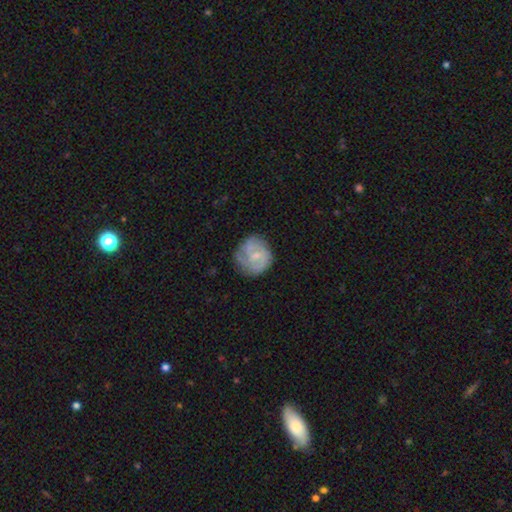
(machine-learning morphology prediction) A featured or disk galaxy (63%) with no bar (55%), tight (50%) spiral arms (86%) and a small central bulge (61%).

Vote fractions:
- Smooth or featured? featured or disk: 63% / smooth: 31% / star or artifact: 6%
- Edge-on disk? no: 98% / yes: 2%
- Bar? no: 55% / weak: 39% / strong: 6%
- Spiral arms? yes: 86% / no: 14%
- Spiral winding? tight: 50% / medium: 37% / loose: 13%
- Spiral arm count? can't tell: 33% / 2: 29% / 3: 23% / 1: 6% / 4: 5% / more than 4: 4%
- Bulge size? small: 61% / moderate: 26% / none: 10% / large: 1% / dominant: 1%
- Merging? none: 67% / minor disturbance: 22% / major disturbance: 9% / merger: 1%